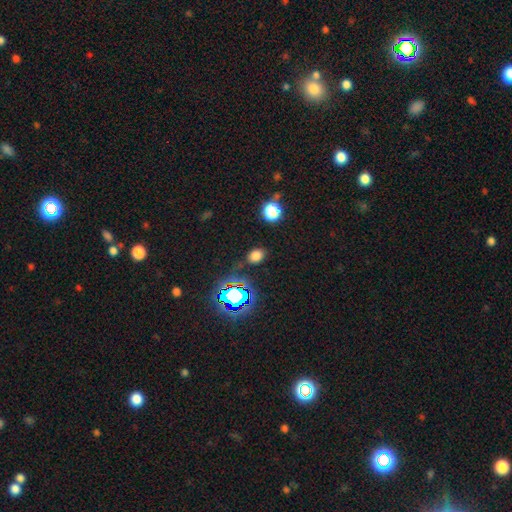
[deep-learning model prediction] smooth_or_featured: smooth (p=0.69) [alt: star or artifact p=0.24]
how_rounded: in between (p=0.60) [alt: round p=0.38]
merging: none (p=0.80) [alt: minor disturbance p=0.12]